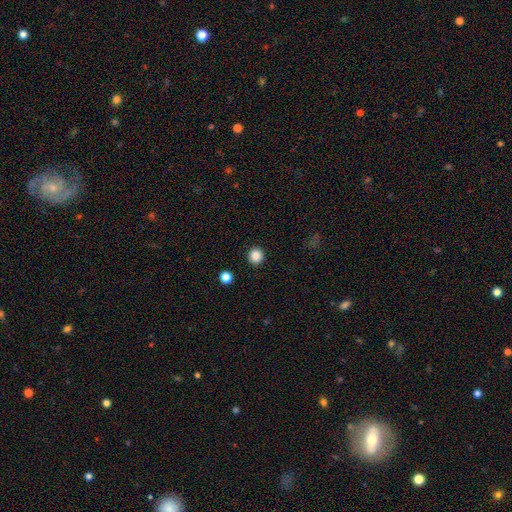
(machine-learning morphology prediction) This appears to be a smooth galaxy with no disk features (87%) that is round (92%). Merging: none (92%).